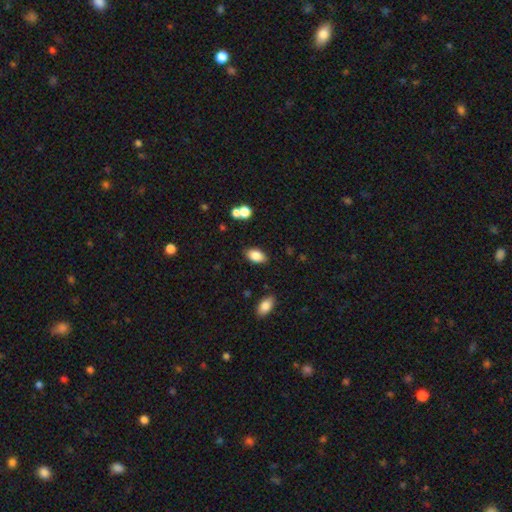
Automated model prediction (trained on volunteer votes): A smooth galaxy with no disk features (85%) that is in between round and cigar-shaped (92%).

Vote fractions:
- Smooth or featured? smooth: 85% / star or artifact: 8% / featured or disk: 7%
- How rounded? in between: 92% / round: 6% / cigar-shaped: 2%
- Merging? none: 84% / minor disturbance: 11% / major disturbance: 3% / merger: 3%